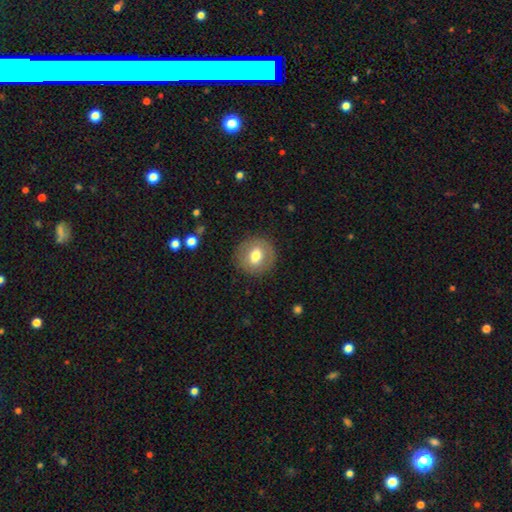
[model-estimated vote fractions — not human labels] smooth 66%, featured or disk 26%, star or artifact 8%. Down the decision tree: how rounded — round (83%); merging — none (86%).